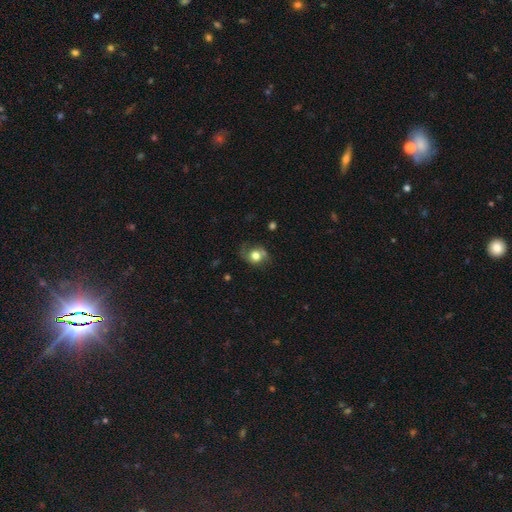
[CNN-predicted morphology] Smooth or featured?
  - smooth: 62% *
  - featured or disk: 27%
  - star or artifact: 10%
How rounded?
  - round: 65% *
  - in between: 34%
  - cigar-shaped: 1%
Merging?
  - none: 56% *
  - minor disturbance: 26%
  - major disturbance: 13%
  - merger: 5%